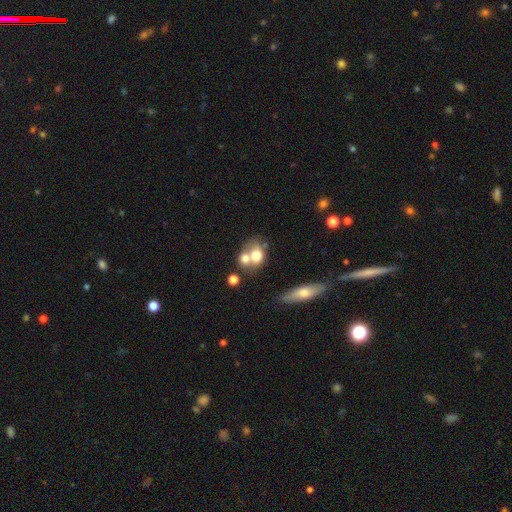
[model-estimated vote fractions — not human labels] A smooth galaxy with no disk features (67%) that is in between round and cigar-shaped (52%). Merging: merger (57%).